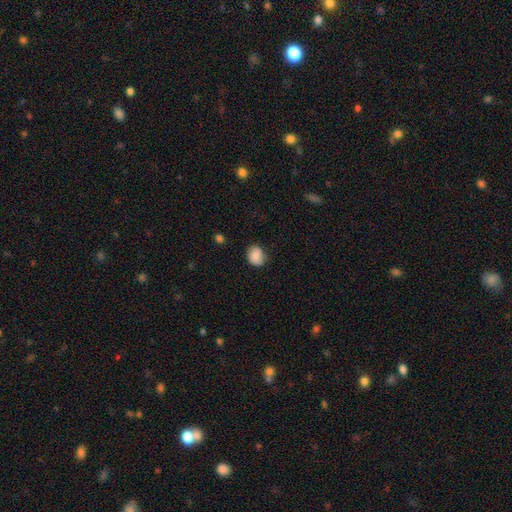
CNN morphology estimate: Q: Smooth or featured?
A: smooth (80%); runner-up: featured or disk (12%)
Q: How rounded?
A: round (61%); runner-up: in between (39%)
Q: Merging?
A: none (72%); runner-up: minor disturbance (22%)